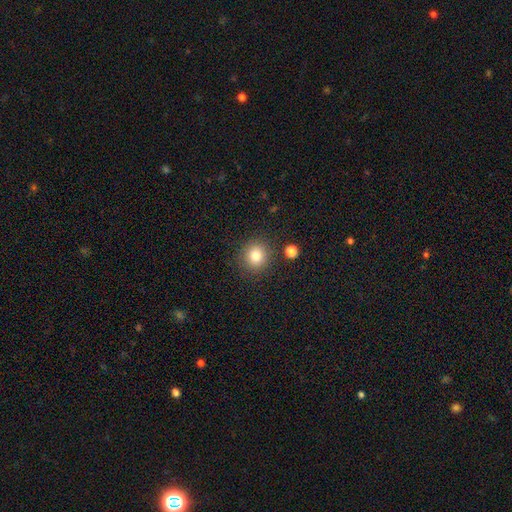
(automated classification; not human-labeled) This is clearly a smooth galaxy (81%). How rounded: clearly round (90%). Merging: clearly none (86%).